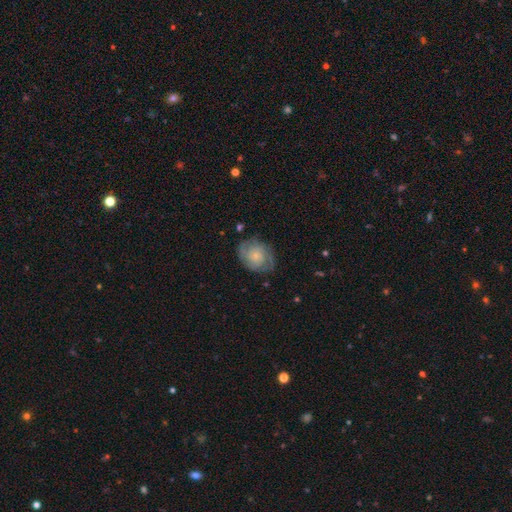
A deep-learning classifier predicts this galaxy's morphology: Q: Smooth or featured?
A: featured or disk (58%); runner-up: smooth (35%)
Q: Edge-on disk?
A: no (97%); runner-up: yes (3%)
Q: Bar?
A: no (80%); runner-up: weak (17%)
Q: Spiral arms?
A: yes (84%); runner-up: no (16%)
Q: Bulge size?
A: small (66%); runner-up: moderate (20%)
Q: Merging?
A: none (70%); runner-up: minor disturbance (20%)